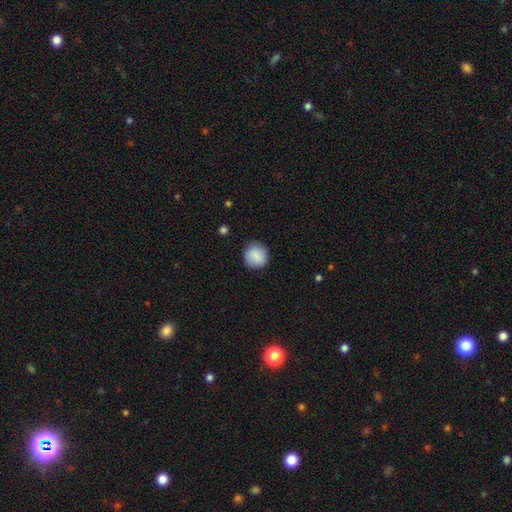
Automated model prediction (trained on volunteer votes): Smooth or featured?
  - smooth: 88% *
  - star or artifact: 7%
  - featured or disk: 5%
How rounded?
  - round: 91% *
  - in between: 8%
  - cigar-shaped: 1%
Merging?
  - none: 88% *
  - minor disturbance: 9%
  - major disturbance: 2%
  - merger: 1%